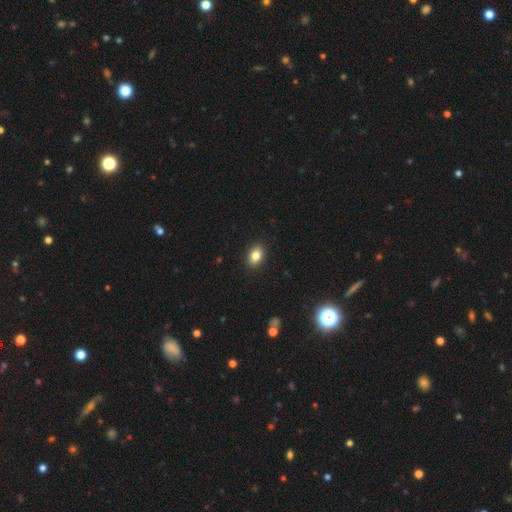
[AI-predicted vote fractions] Overall: smooth (83%). How rounded: in between (83%). Merging: none (90%).